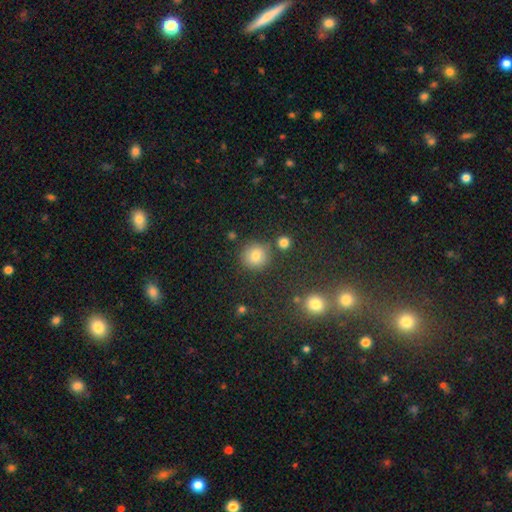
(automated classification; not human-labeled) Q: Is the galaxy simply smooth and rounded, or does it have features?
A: smooth — 78%.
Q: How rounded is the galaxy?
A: round — 93%.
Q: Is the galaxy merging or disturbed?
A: none — 83%.